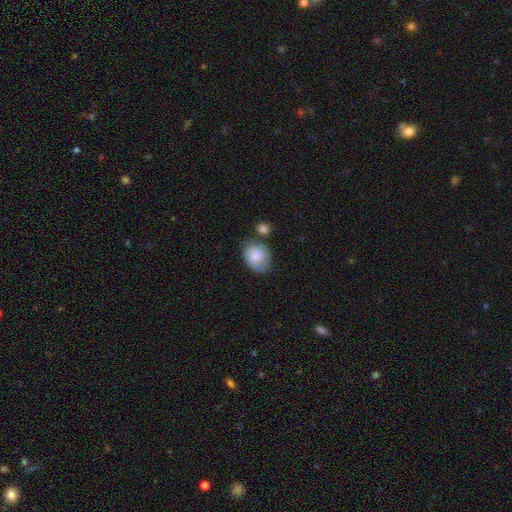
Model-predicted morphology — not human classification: type=smooth (73%); roundness=in between (55%); merging=none (54%).